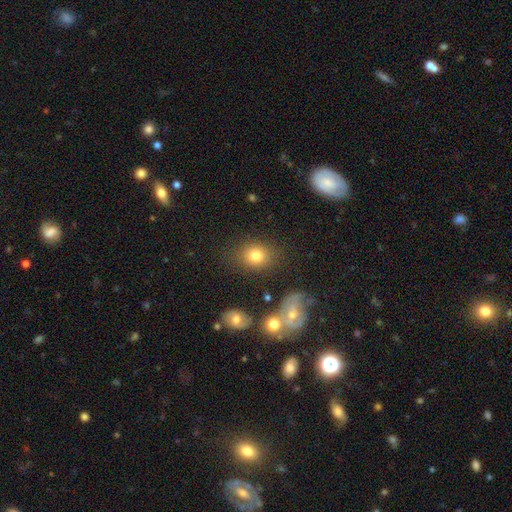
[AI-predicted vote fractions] The model was most divided on "how rounded": round: 54%, in between: 45%, cigar-shaped: 1%. More confident: smooth or featured — smooth (79%); merging — none (77%).